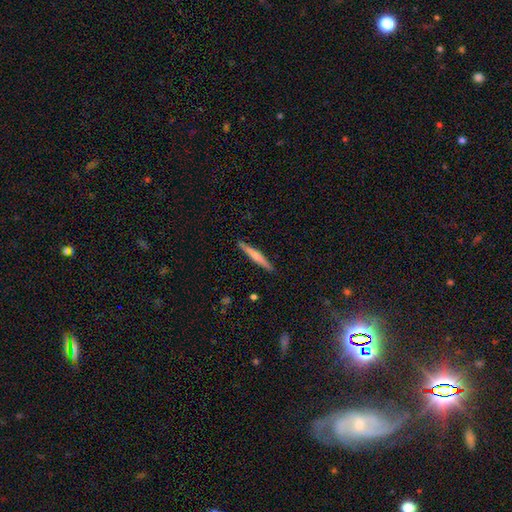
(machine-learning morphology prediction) The model was most divided on "smooth or featured": smooth: 52%, featured or disk: 43%, star or artifact: 6%. More confident: how rounded — cigar-shaped (95%); merging — none (90%).